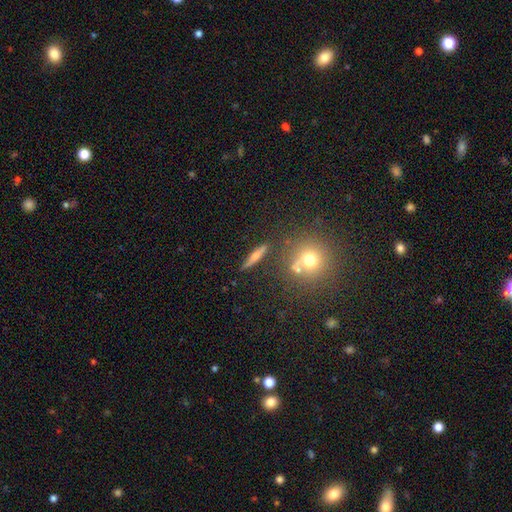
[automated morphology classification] A featured or disk galaxy (46%). Merging: none (83%).